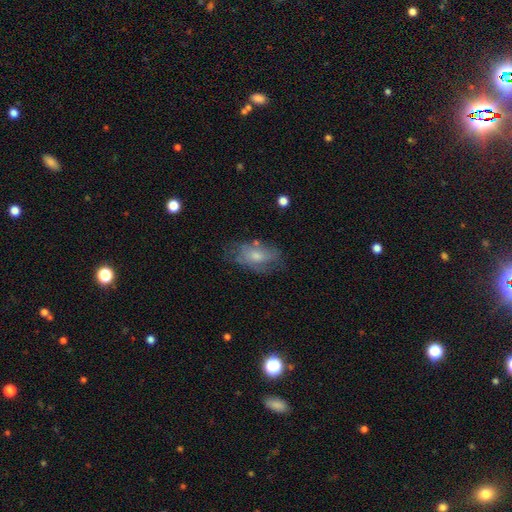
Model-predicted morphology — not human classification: type=smooth (52%); roundness=in between (89%); merging=none (53%).